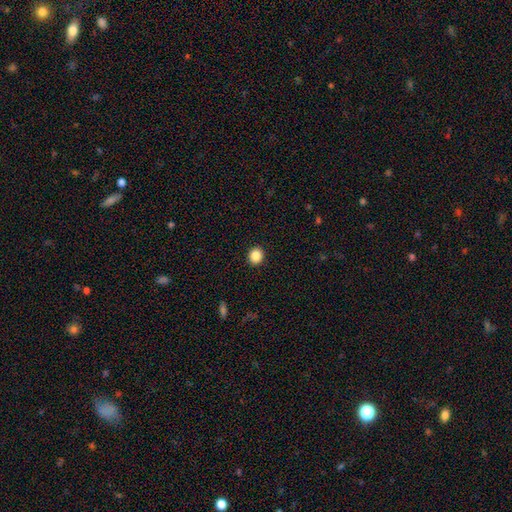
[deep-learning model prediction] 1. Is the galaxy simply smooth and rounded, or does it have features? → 86% smooth, 10% star or artifact, 4% featured or disk.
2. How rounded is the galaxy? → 82% round, 17% in between, 1% cigar-shaped.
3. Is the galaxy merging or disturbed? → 93% none, 5% minor disturbance, 2% major disturbance, 1% merger.